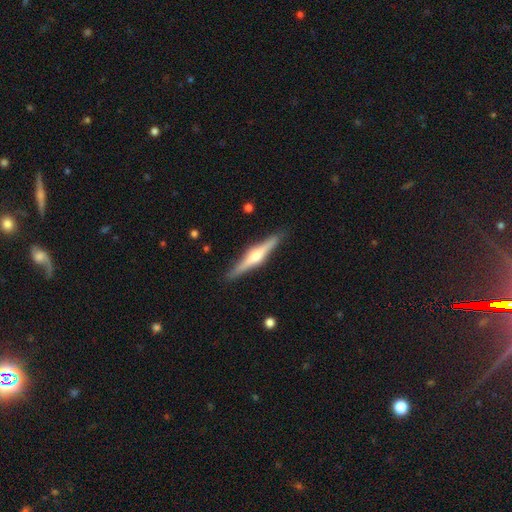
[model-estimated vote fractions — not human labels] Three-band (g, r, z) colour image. It shows a featured or disk galaxy (72%) viewed edge-on (98%) with a rounded central bulge (89%). Merging: none (90%).